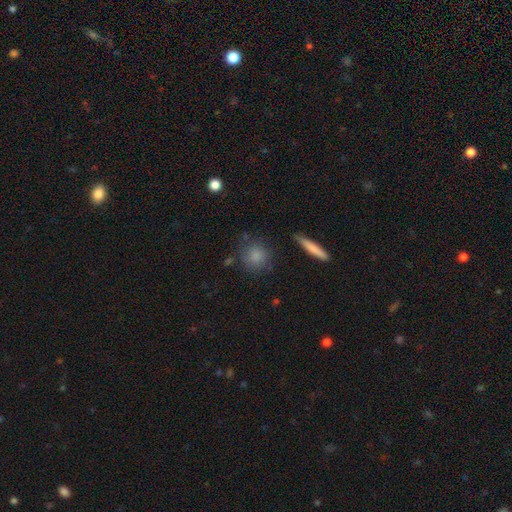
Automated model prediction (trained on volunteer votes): This is clearly a smooth galaxy (83%). How rounded: clearly round (86%). Merging: likely none (79%).